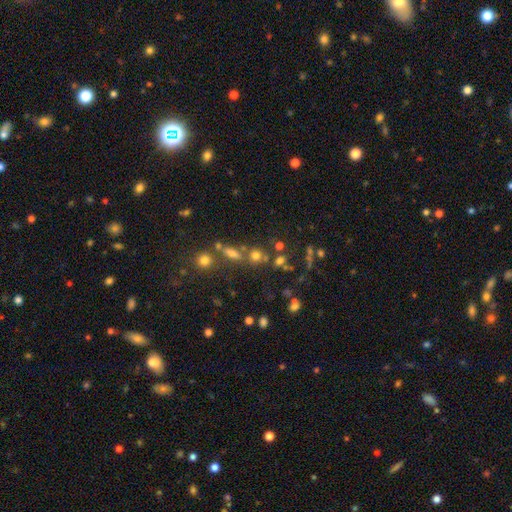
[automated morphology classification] Smooth or featured?
  - smooth: 43% *
  - star or artifact: 41%
  - featured or disk: 16%
Merging?
  - none: 54% *
  - merger: 31%
  - minor disturbance: 9%
  - major disturbance: 6%